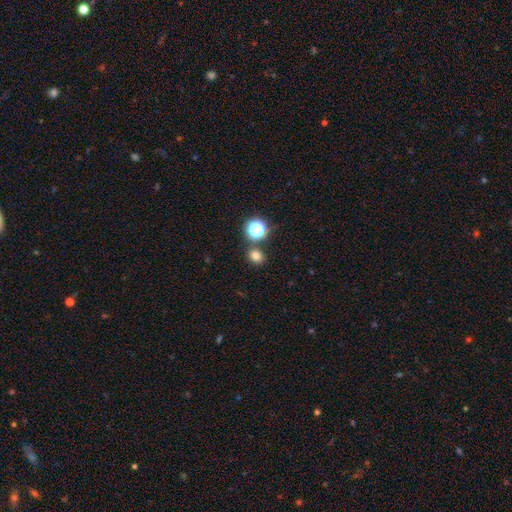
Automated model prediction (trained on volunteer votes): A smooth galaxy with no disk features (76%) that is round (73%).

Vote fractions:
- Smooth or featured? smooth: 76% / star or artifact: 19% / featured or disk: 5%
- How rounded? round: 73% / in between: 26% / cigar-shaped: 1%
- Merging? none: 80% / merger: 10% / minor disturbance: 8% / major disturbance: 3%